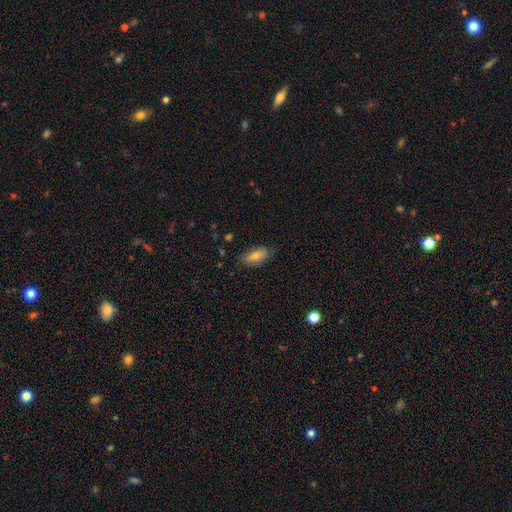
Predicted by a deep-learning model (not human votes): smooth_or_featured: smooth (p=0.72) [alt: featured or disk p=0.20]
how_rounded: in between (p=0.80) [alt: cigar-shaped p=0.16]
merging: none (p=0.80) [alt: minor disturbance p=0.16]